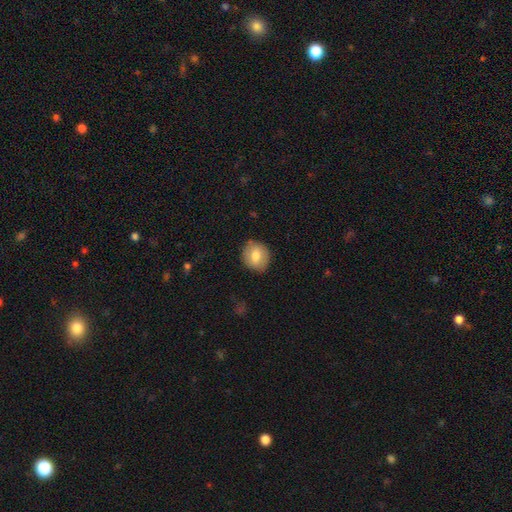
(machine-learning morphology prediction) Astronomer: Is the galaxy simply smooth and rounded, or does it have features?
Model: smooth — 70%.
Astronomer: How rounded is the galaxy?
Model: round — 81%.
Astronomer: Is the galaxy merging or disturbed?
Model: none — 86%.